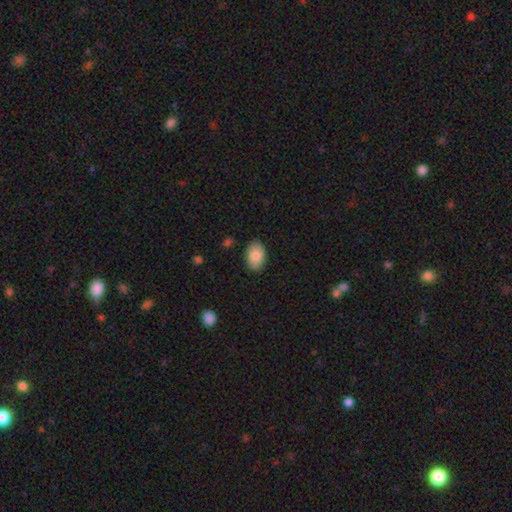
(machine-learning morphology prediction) type=smooth (84%); roundness=in between (86%); merging=none (86%).